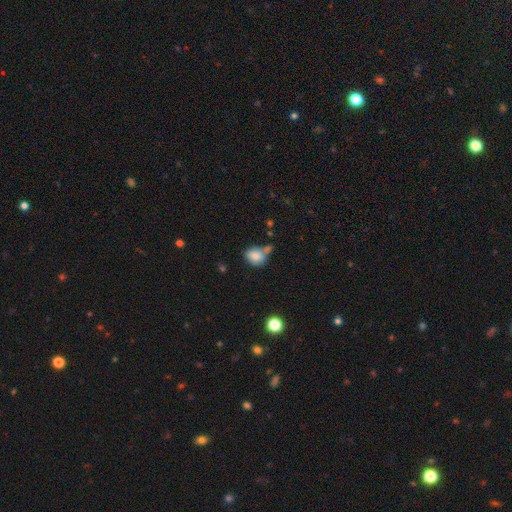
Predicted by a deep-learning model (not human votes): A smooth galaxy with no disk features (80%) that is round (51%).

Vote fractions:
- Smooth or featured? smooth: 80% / star or artifact: 10% / featured or disk: 10%
- How rounded? round: 51% / in between: 47% / cigar-shaped: 1%
- Merging? none: 45% / merger: 25% / minor disturbance: 22% / major disturbance: 8%